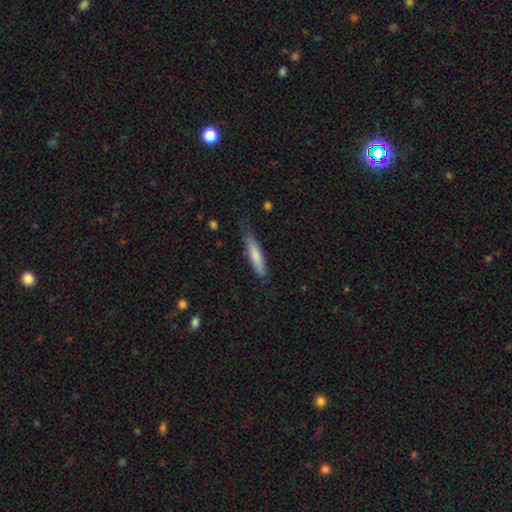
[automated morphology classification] Smooth or featured? smooth (77%)
How rounded? cigar-shaped (82%)
Merging? none (74%)